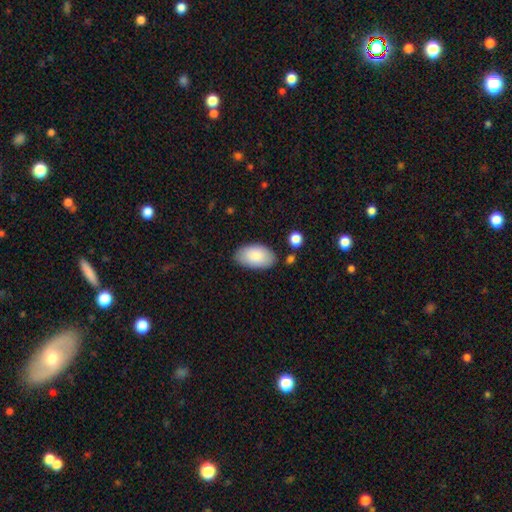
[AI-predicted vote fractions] smooth_or_featured: smooth (p=0.86) [alt: featured or disk p=0.08]
how_rounded: in between (p=0.96) [alt: round p=0.03]
merging: none (p=0.80) [alt: minor disturbance p=0.14]